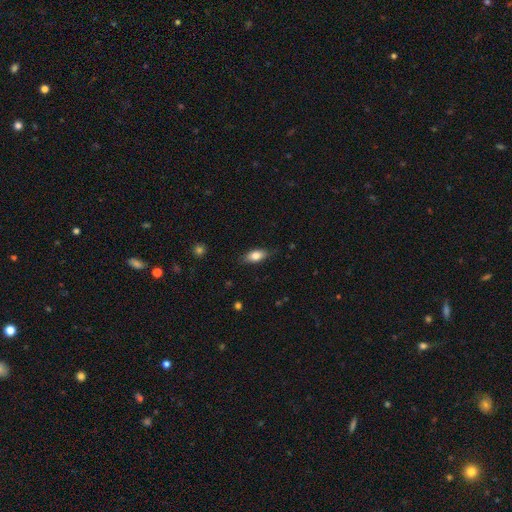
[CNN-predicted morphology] The model was most divided on "smooth or featured": smooth: 79%, featured or disk: 14%, star or artifact: 7%. More confident: how rounded — in between (86%); merging — none (81%).